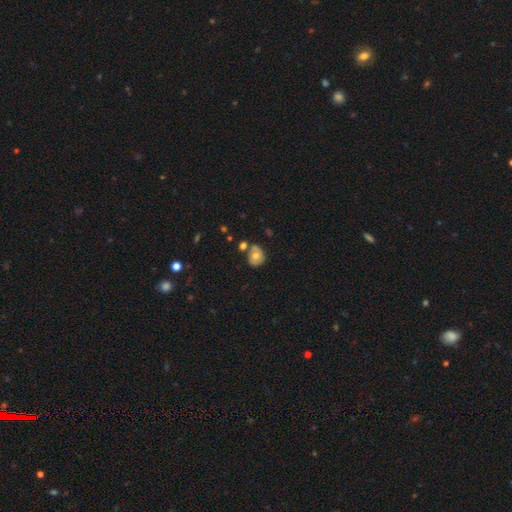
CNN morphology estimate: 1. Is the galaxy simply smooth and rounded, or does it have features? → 62% smooth, 29% featured or disk, 9% star or artifact.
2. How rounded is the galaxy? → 62% round, 37% in between, 1% cigar-shaped.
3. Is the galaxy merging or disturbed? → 56% none, 20% merger, 19% minor disturbance, 5% major disturbance.